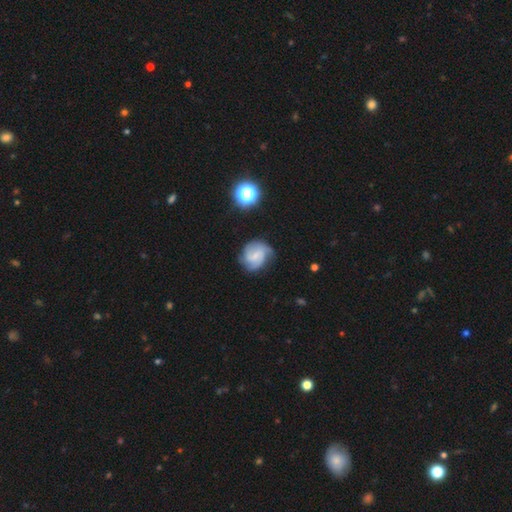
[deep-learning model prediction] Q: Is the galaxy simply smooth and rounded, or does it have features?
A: featured or disk — 70%.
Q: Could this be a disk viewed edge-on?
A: no — 98%.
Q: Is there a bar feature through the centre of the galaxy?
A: weak — 49%.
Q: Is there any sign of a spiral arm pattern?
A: yes — 94%.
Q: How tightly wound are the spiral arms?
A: medium — 45%.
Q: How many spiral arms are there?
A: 3 — 35%.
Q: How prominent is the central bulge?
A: small — 56%.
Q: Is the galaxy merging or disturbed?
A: none — 61%.